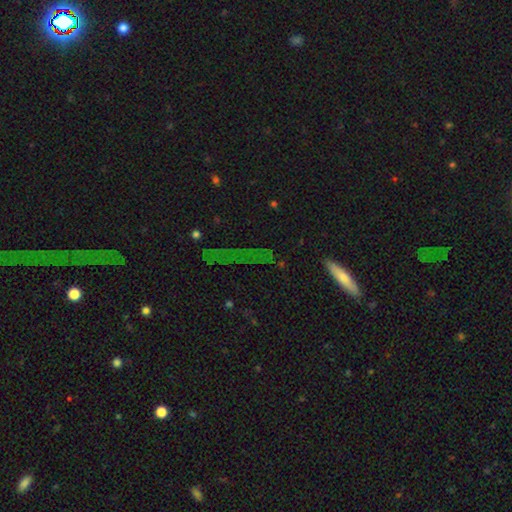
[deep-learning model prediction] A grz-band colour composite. It shows a star or artifact, not a galaxy (42%).